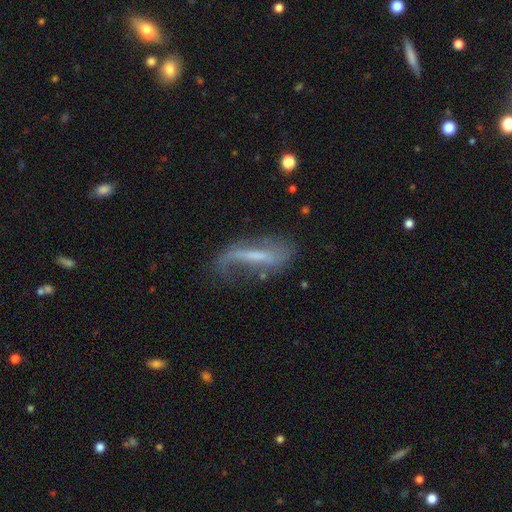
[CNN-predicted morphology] type=featured or disk (66%); edge-on=no (76%); bar=strong (49%); spiral arms=yes (75%); bulge=none (37%); merging=none (45%).